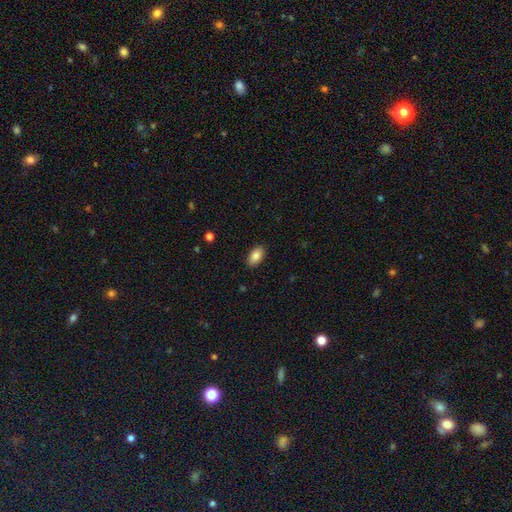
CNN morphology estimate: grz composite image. It shows a smooth galaxy with no disk features (86%) that is in between round and cigar-shaped (93%). Merging: none (89%).